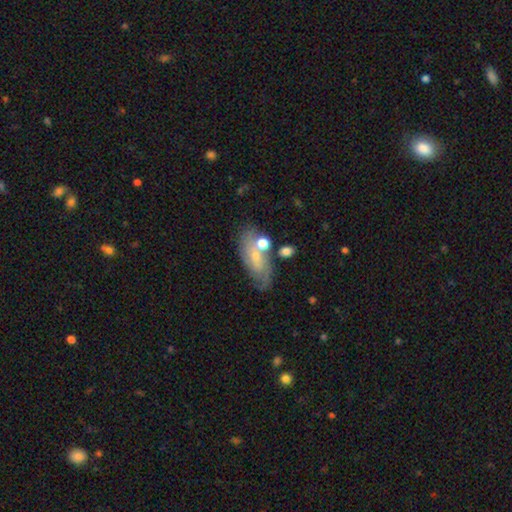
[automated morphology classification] This appears to be a featured or disk galaxy (50%). Merging: none (55%).